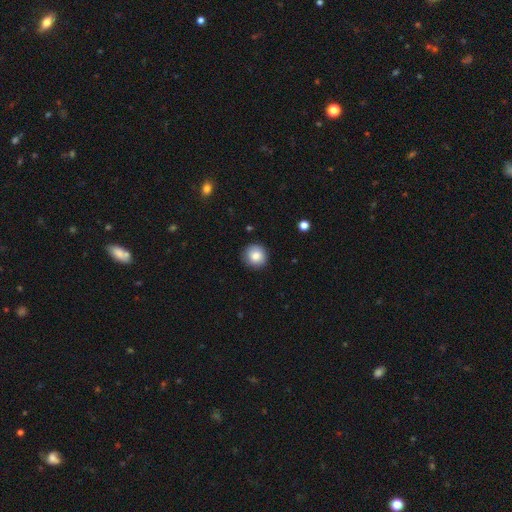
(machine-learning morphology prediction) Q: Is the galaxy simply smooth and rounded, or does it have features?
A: smooth — 83%.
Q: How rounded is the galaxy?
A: round — 93%.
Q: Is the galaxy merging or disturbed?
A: none — 89%.